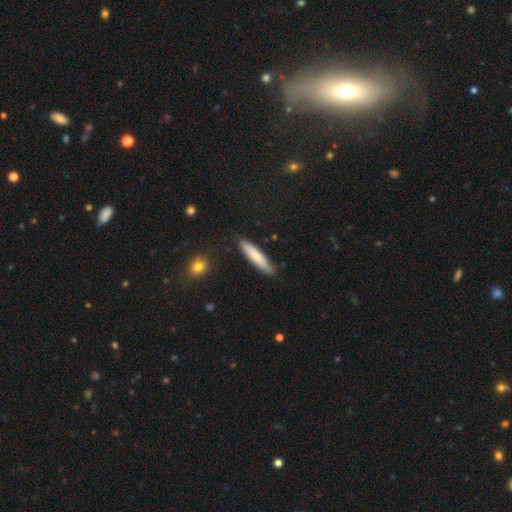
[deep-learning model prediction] Morphology: type=smooth (72%); roundness=cigar-shaped (86%); merging=none (86%).